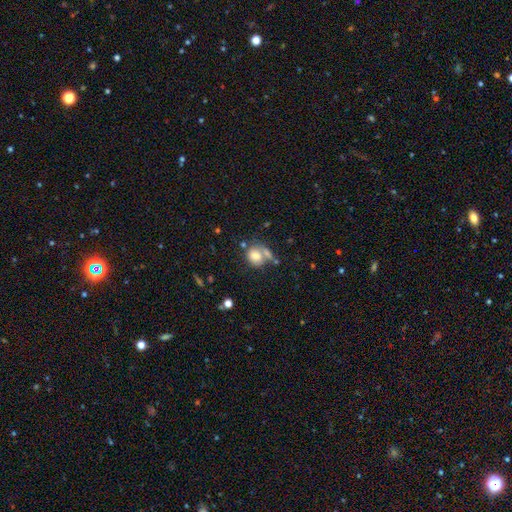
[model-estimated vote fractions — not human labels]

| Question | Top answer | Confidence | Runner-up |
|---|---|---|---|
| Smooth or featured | smooth | 76% | featured or disk (14%) |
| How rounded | round | 66% | in between (32%) |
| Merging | none | 44% | merger (31%) |